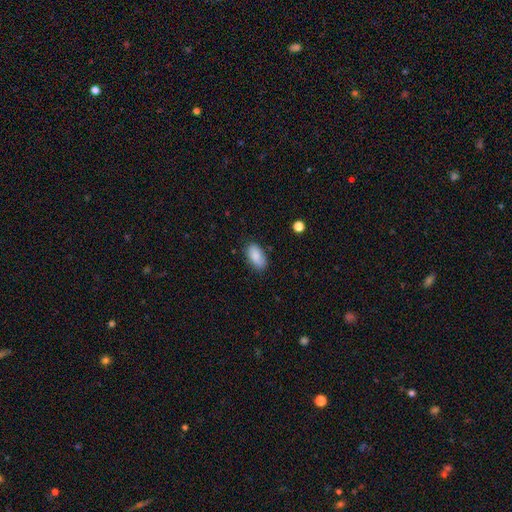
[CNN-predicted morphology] Q: Smooth or featured?
A: smooth (87%); runner-up: star or artifact (7%)
Q: How rounded?
A: in between (93%); runner-up: round (4%)
Q: Merging?
A: none (80%); runner-up: minor disturbance (16%)